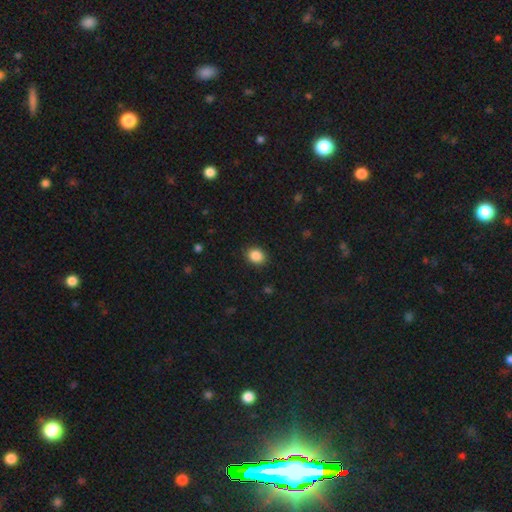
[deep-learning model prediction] This is clearly a smooth galaxy (88%). How rounded: possibly round (56%). Merging: clearly none (88%).